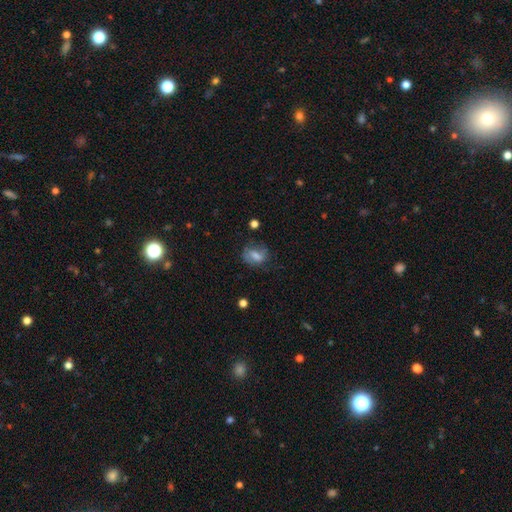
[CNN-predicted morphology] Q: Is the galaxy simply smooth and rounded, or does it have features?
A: smooth — 63%.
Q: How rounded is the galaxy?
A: in between — 71%.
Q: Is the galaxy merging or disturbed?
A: none — 53%.